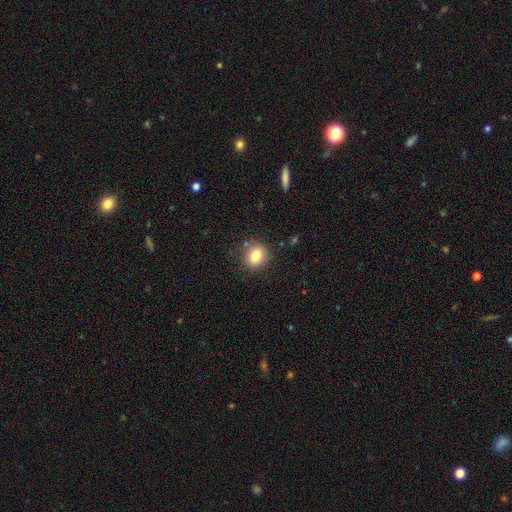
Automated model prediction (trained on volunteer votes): The model was most divided on "how rounded": round: 70%, in between: 29%, cigar-shaped: 1%. More confident: merging — none (85%); smooth or featured — smooth (82%).